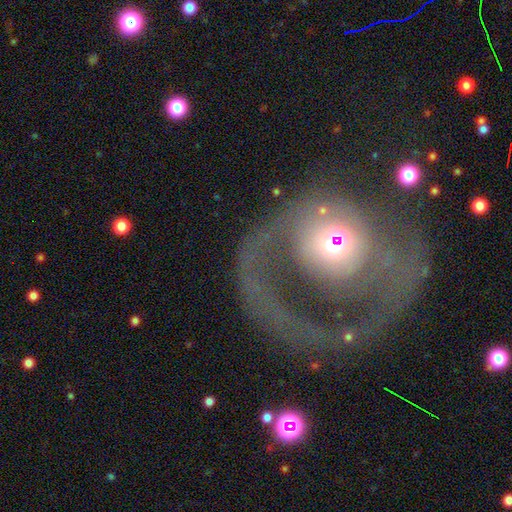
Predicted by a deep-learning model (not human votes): Smooth or featured: featured or disk — 65% (smooth — 23%)
Edge-on disk: no — 96% (yes — 4%)
Bar: no — 69% (weak — 19%)
Spiral arms: yes — 53% (no — 47%)
Bulge size: moderate — 66% (large — 14%)
Merging: none — 47% (major disturbance — 31%)